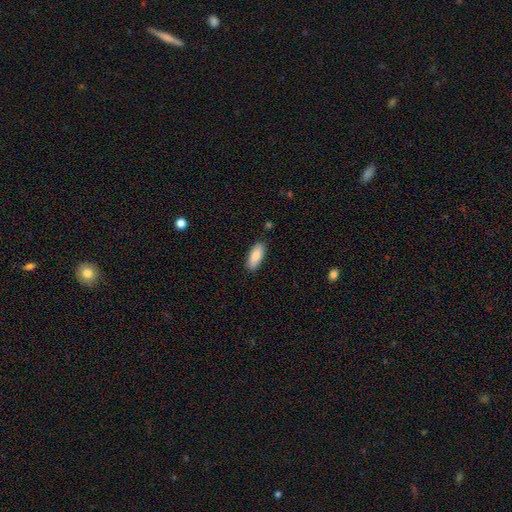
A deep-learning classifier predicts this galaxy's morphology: smooth 87%, featured or disk 7%, star or artifact 6%. Down the decision tree: how rounded — in between (82%); merging — none (86%).